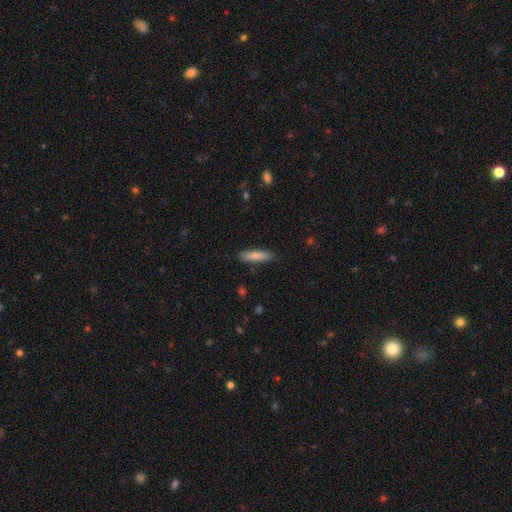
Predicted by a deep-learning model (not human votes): A smooth galaxy with no disk features (82%) that is cigar-shaped (70%). Merging: none (87%).